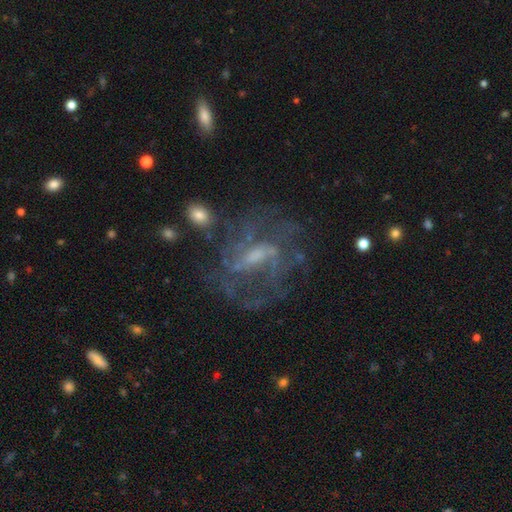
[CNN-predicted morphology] Q: Smooth or featured?
A: featured or disk (78%); runner-up: smooth (11%)
Q: Edge-on disk?
A: no (95%); runner-up: yes (5%)
Q: Bar?
A: weak (50%); runner-up: strong (26%)
Q: Spiral arms?
A: yes (79%); runner-up: no (21%)
Q: Spiral winding?
A: medium (44%); runner-up: tight (33%)
Q: Spiral arm count?
A: can't tell (42%); runner-up: 2 (29%)
Q: Bulge size?
A: small (42%); runner-up: moderate (33%)
Q: Merging?
A: none (62%); runner-up: major disturbance (18%)